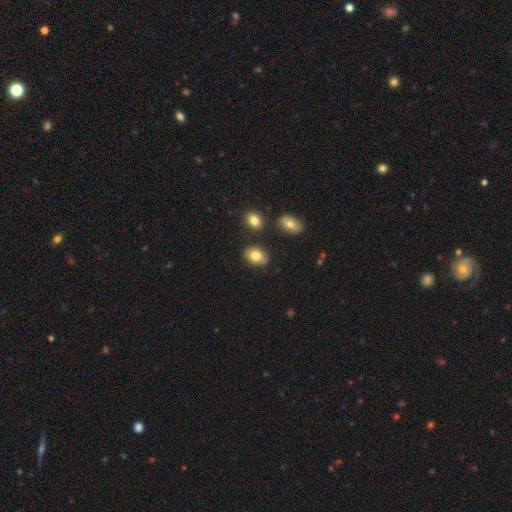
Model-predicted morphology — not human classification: smooth 81%, featured or disk 11%, star or artifact 9%. Down the decision tree: how rounded — in between (80%); merging — none (80%).